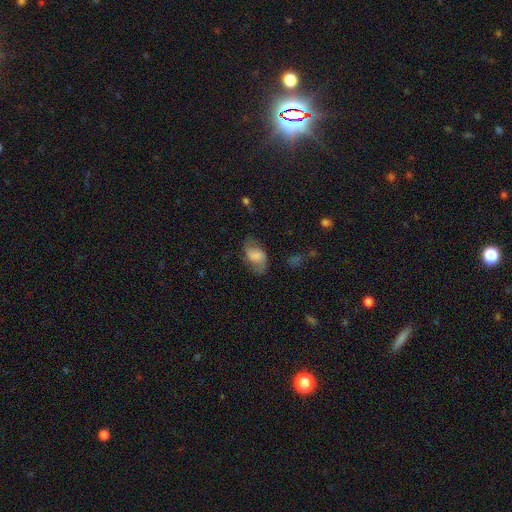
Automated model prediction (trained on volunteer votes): Overall: smooth (54%; featured or disk 36%). How rounded: in between (88%). Merging: none (58%; minor disturbance 25%).